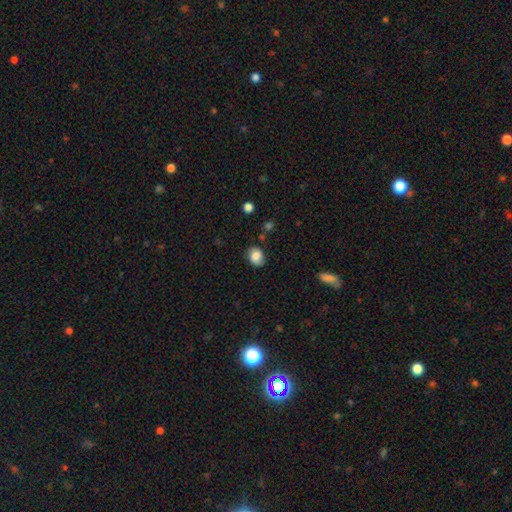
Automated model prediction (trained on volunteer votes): The model was most divided on "how rounded": round: 52%, in between: 47%, cigar-shaped: 1%. More confident: smooth or featured — smooth (75%); merging — none (75%).